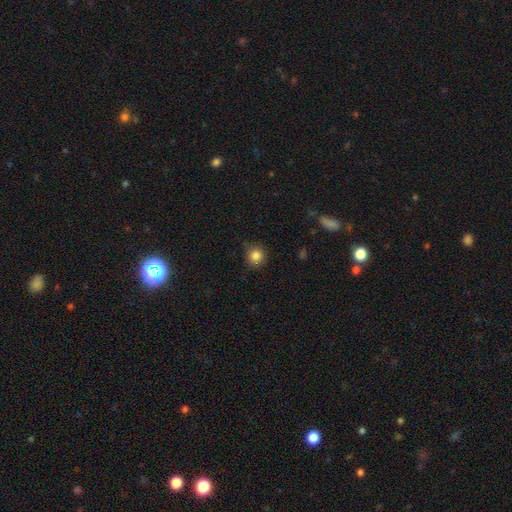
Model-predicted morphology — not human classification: Smooth or featured? Predicted: smooth (p=0.85). How rounded? Predicted: round (p=0.90). Merging? Predicted: none (p=0.84).